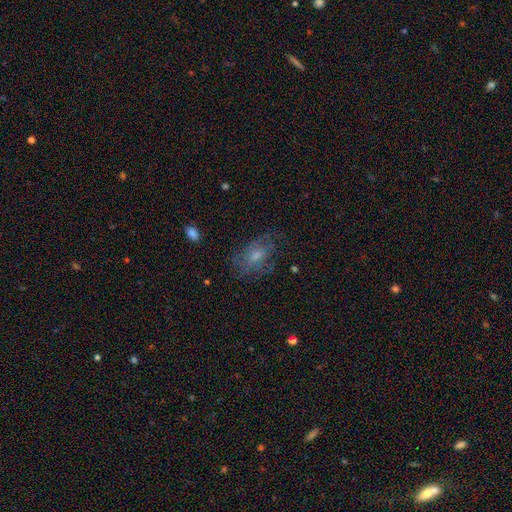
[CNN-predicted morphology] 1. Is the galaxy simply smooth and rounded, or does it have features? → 45% smooth, 43% featured or disk, 12% star or artifact.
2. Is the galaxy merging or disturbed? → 59% none, 22% minor disturbance, 17% major disturbance, 2% merger.